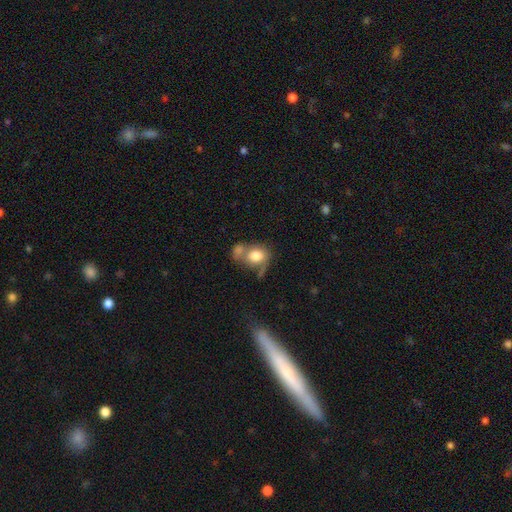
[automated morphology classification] Overall: smooth (74%). How rounded: round (56%; in between 43%). Merging: merger (44%; none 31%).